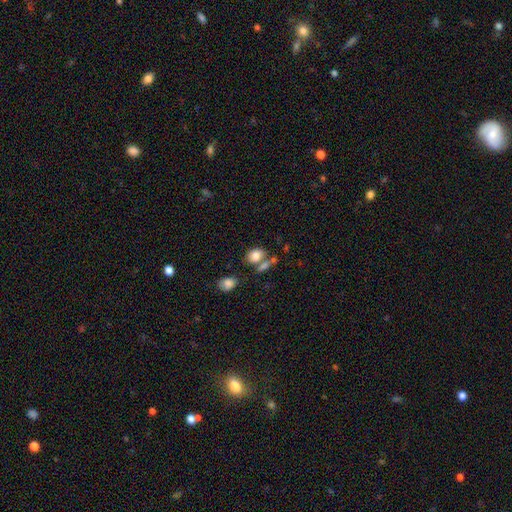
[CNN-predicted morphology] A smooth galaxy with no disk features (80%) that is in between round and cigar-shaped (70%).

Vote fractions:
- Smooth or featured? smooth: 80% / featured or disk: 11% / star or artifact: 9%
- How rounded? in between: 70% / round: 28% / cigar-shaped: 2%
- Merging? none: 52% / merger: 28% / minor disturbance: 14% / major disturbance: 6%